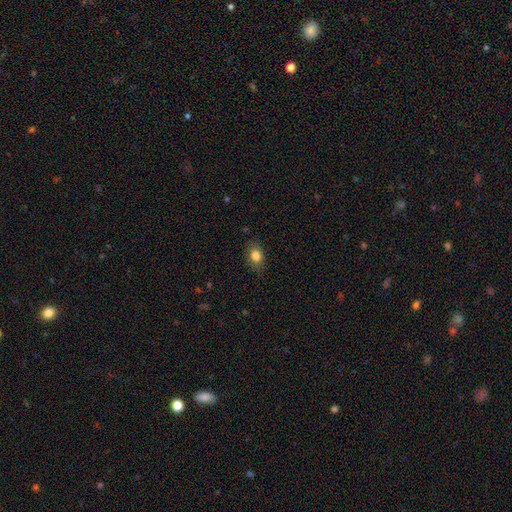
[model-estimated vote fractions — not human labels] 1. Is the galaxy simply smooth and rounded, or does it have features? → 83% smooth, 9% star or artifact, 8% featured or disk.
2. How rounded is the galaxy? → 79% in between, 19% round, 2% cigar-shaped.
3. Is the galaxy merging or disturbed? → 81% none, 14% minor disturbance, 4% major disturbance, 1% merger.